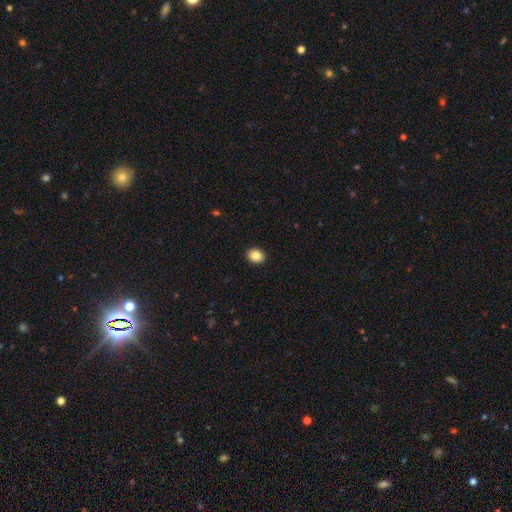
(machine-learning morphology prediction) The model was most divided on "how rounded": in between: 52%, round: 47%, cigar-shaped: 1%. More confident: merging — none (92%); smooth or featured — smooth (86%).